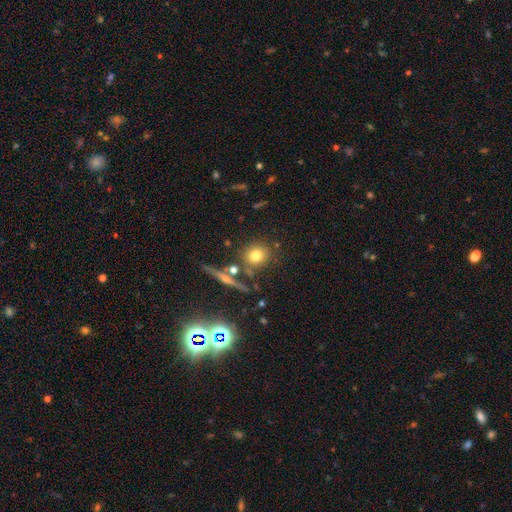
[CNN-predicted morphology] smooth 72%, featured or disk 14%, star or artifact 14%. Down the decision tree: how rounded — round (82%); merging — none (75%).